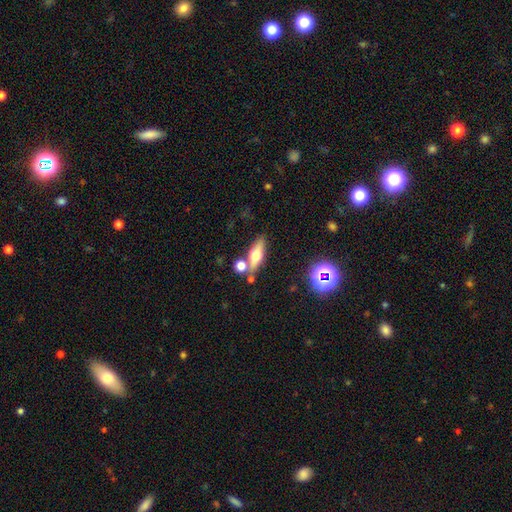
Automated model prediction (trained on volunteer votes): This is possibly a featured or disk galaxy (47%). Merging: likely none (70%).